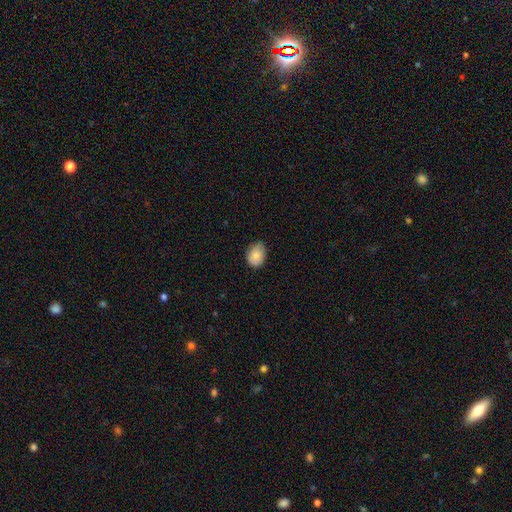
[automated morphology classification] Smooth or featured? Predicted: smooth (p=0.82). How rounded? Predicted: in between (p=0.68). Merging? Predicted: none (p=0.69).